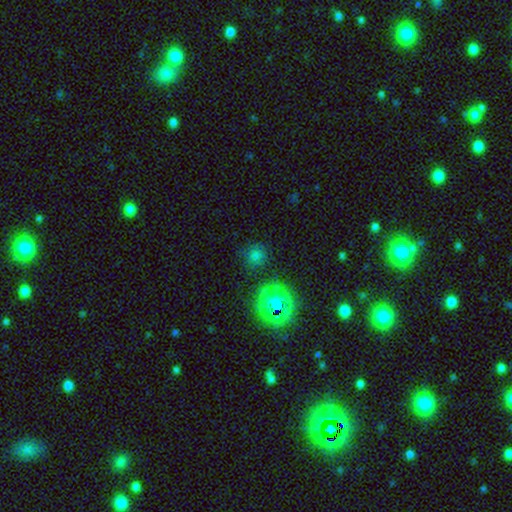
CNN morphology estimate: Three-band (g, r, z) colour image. It shows a smooth galaxy with no disk features (64%) that is round (87%). Merging: none (81%).